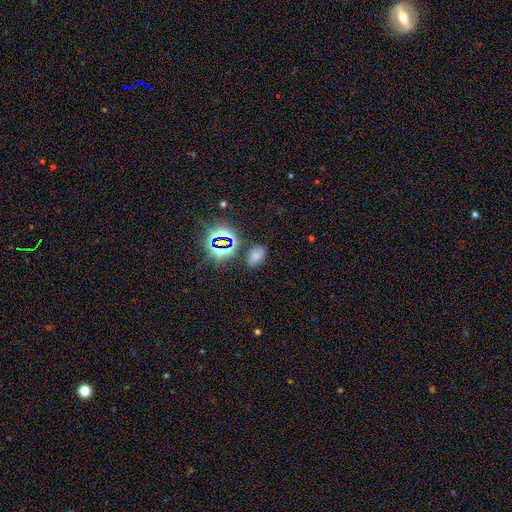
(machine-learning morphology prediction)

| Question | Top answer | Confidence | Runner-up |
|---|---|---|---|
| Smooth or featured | smooth | 63% | star or artifact (30%) |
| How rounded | in between | 87% | round (11%) |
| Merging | none | 80% | minor disturbance (12%) |